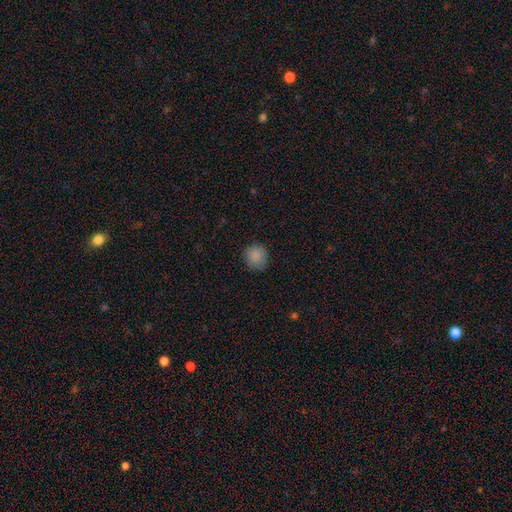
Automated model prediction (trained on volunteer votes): Smooth or featured: smooth — 86% (star or artifact — 9%)
How rounded: round — 88% (in between — 11%)
Merging: none — 85% (minor disturbance — 12%)